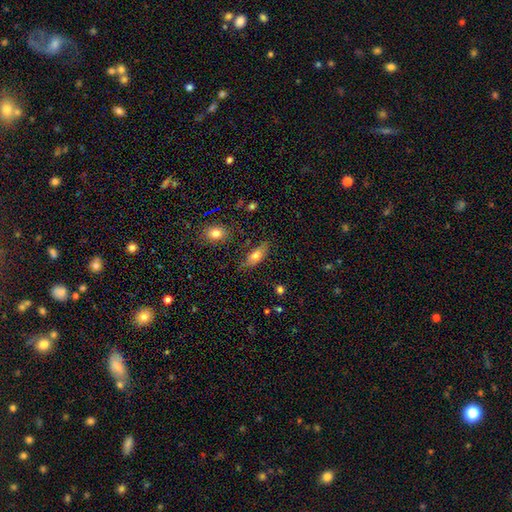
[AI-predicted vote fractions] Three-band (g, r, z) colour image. It shows a smooth galaxy with no disk features (73%) that is in between round and cigar-shaped (77%). Merging: none (73%).